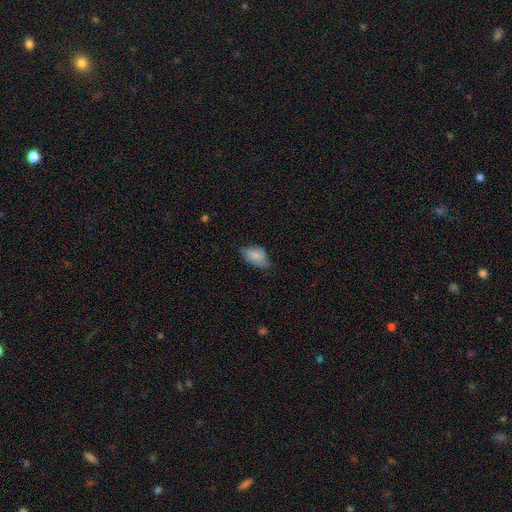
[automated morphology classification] Overall: smooth (73%). How rounded: in between (91%). Merging: none (52%; minor disturbance 38%).